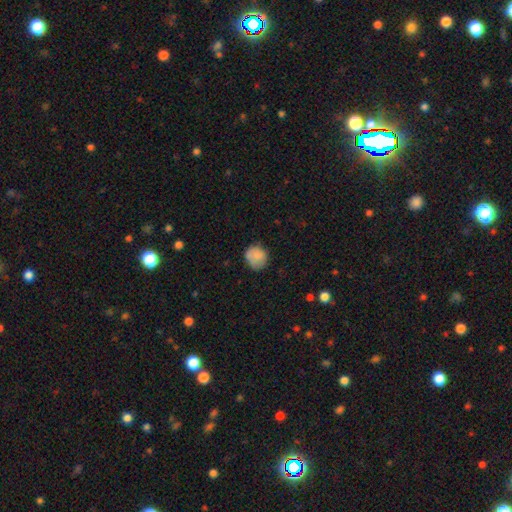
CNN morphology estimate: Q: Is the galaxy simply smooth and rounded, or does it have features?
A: smooth — 82%.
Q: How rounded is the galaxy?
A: round — 83%.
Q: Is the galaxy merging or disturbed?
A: none — 70%.